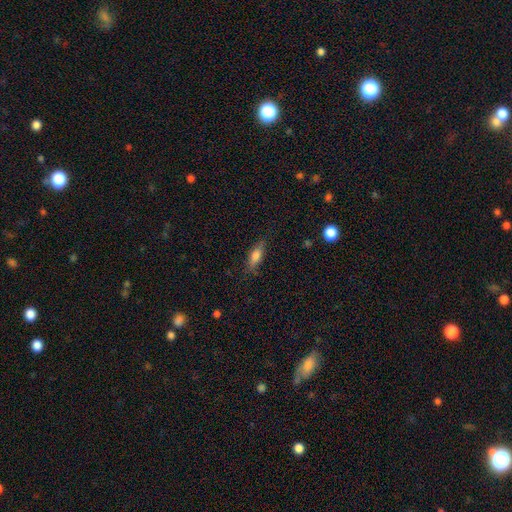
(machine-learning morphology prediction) The model was most divided on "how rounded": in between: 52%, cigar-shaped: 45%, round: 3%. More confident: merging — none (79%); smooth or featured — smooth (63%).